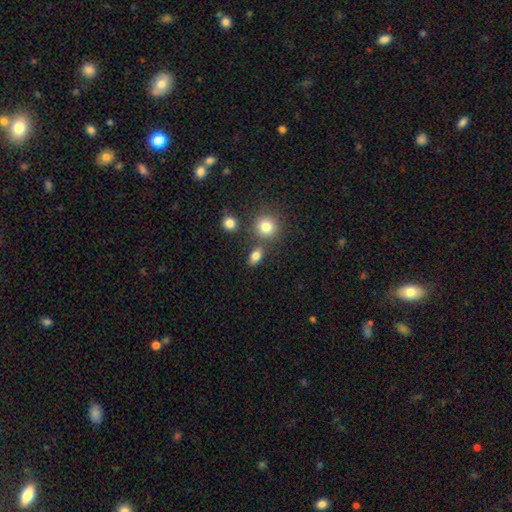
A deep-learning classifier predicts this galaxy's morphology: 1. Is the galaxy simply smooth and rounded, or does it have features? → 81% smooth, 11% star or artifact, 8% featured or disk.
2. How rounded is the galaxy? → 73% in between, 23% round, 4% cigar-shaped.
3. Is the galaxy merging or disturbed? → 73% none, 12% merger, 11% minor disturbance, 4% major disturbance.